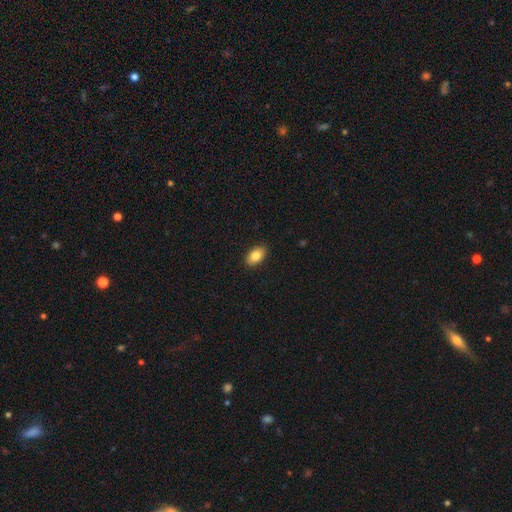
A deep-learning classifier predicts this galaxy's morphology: Q: Smooth or featured?
A: smooth (84%); runner-up: featured or disk (9%)
Q: How rounded?
A: in between (93%); runner-up: round (6%)
Q: Merging?
A: none (90%); runner-up: minor disturbance (7%)